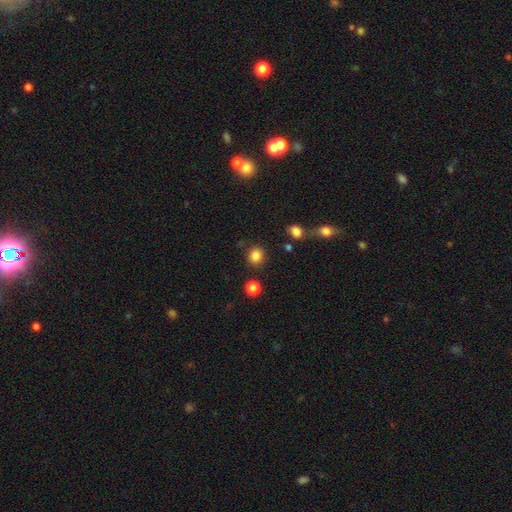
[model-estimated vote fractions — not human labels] smooth_or_featured: smooth (p=0.85) [alt: star or artifact p=0.11]
how_rounded: round (p=0.75) [alt: in between p=0.24]
merging: none (p=0.84) [alt: minor disturbance p=0.09]